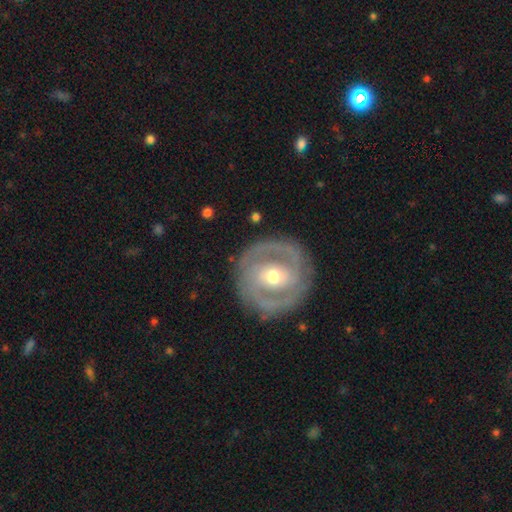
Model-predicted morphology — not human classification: Smooth or featured?
  - featured or disk: 77% *
  - smooth: 17%
  - star or artifact: 6%
Edge-on disk?
  - no: 95% *
  - yes: 5%
Bar?
  - weak: 39% *
  - strong: 33%
  - no: 28%
Spiral arms?
  - yes: 65% *
  - no: 35%
Bulge size?
  - moderate: 63% *
  - small: 31%
  - large: 4%
  - dominant: 1%
  - none: 1%
Merging?
  - none: 83% *
  - minor disturbance: 11%
  - major disturbance: 5%
  - merger: 1%